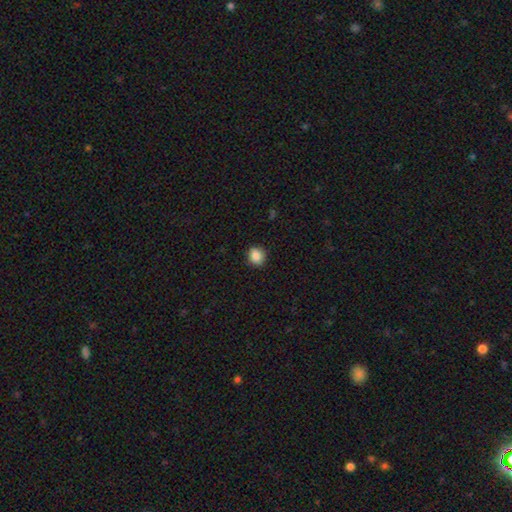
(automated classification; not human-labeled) Overall: smooth (87%). How rounded: round (75%). Merging: none (88%).